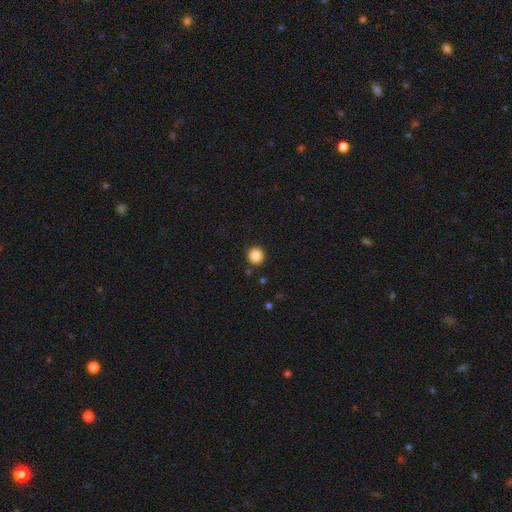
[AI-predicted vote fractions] smooth 86%, star or artifact 10%, featured or disk 4%. Down the decision tree: how rounded — round (93%); merging — none (91%).